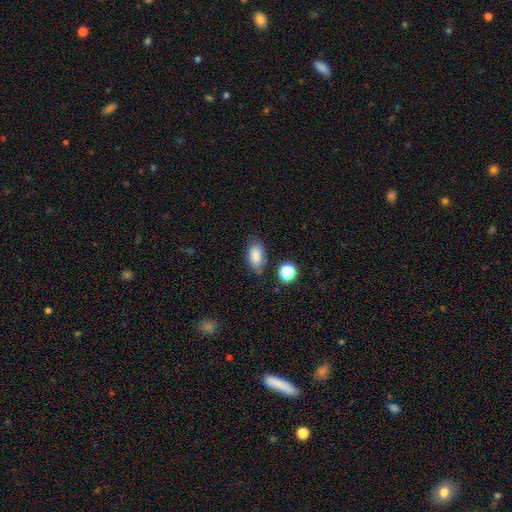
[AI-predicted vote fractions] Smooth or featured? smooth (86%)
How rounded? in between (90%)
Merging? none (77%)